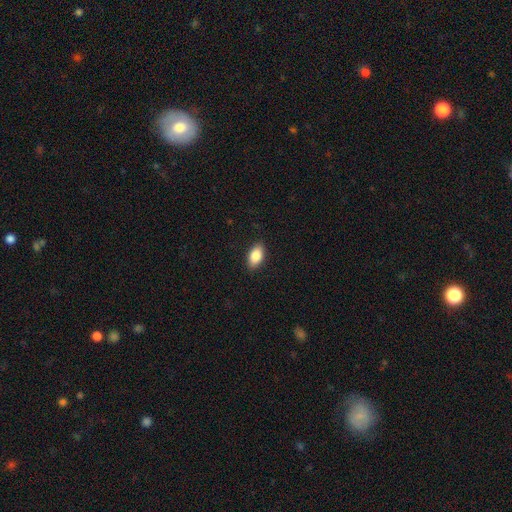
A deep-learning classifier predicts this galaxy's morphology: Smooth or featured? Predicted: smooth (p=0.86). How rounded? Predicted: in between (p=0.92). Merging? Predicted: none (p=0.89).